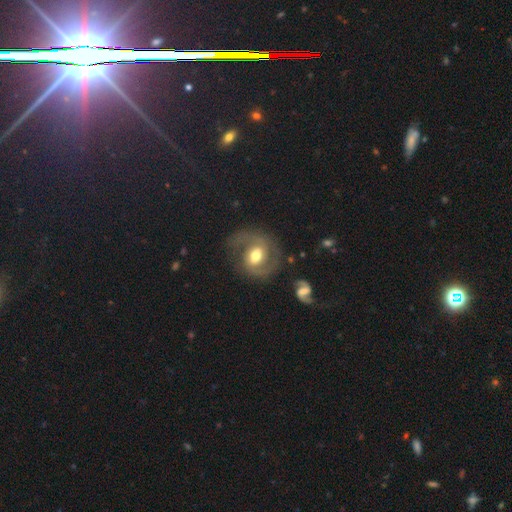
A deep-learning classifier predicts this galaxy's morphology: smooth_or_featured: featured or disk (p=0.79) [alt: smooth p=0.14]
disk_edge_on: no (p=0.97) [alt: yes p=0.03]
bar: weak (p=0.47) [alt: no p=0.28]
has_spiral_arms: yes (p=0.92) [alt: no p=0.08]
spiral_winding: medium (p=0.54) [alt: tight p=0.26]
spiral_arm_count: 2 (p=0.87) [alt: 1 p=0.05]
bulge_size: moderate (p=0.66) [alt: large p=0.21]
merging: none (p=0.68) [alt: minor disturbance p=0.17]